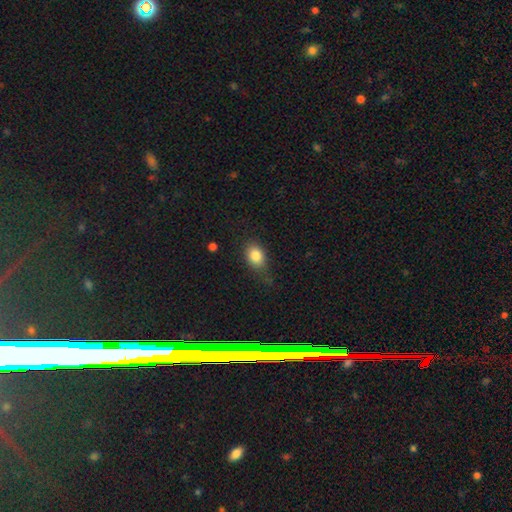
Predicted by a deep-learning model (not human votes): Morphology: type=smooth (83%); roundness=in between (71%); merging=none (65%).